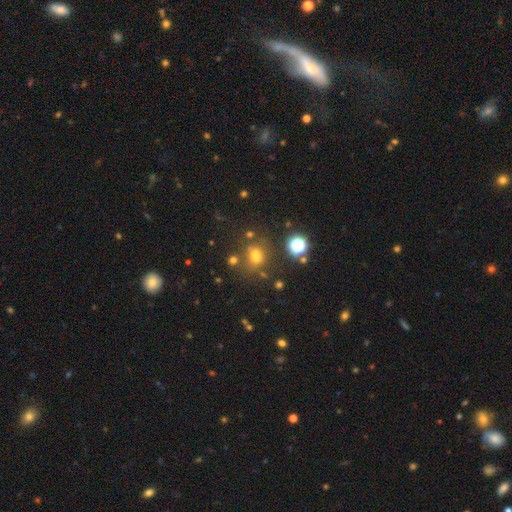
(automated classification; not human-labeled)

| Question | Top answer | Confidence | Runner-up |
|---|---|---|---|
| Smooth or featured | smooth | 59% | star or artifact (29%) |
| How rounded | round | 53% | in between (45%) |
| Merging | none | 63% | merger (15%) |